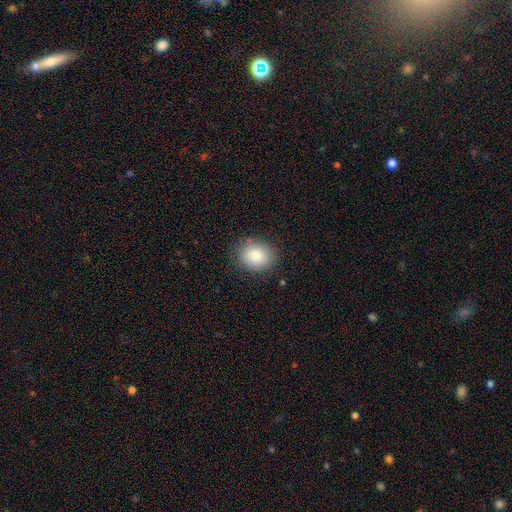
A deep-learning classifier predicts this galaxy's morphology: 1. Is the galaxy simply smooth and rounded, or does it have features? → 84% smooth, 9% star or artifact, 8% featured or disk.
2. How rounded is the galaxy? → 59% round, 41% in between, 1% cigar-shaped.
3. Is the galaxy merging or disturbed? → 83% none, 12% minor disturbance, 3% major disturbance, 1% merger.